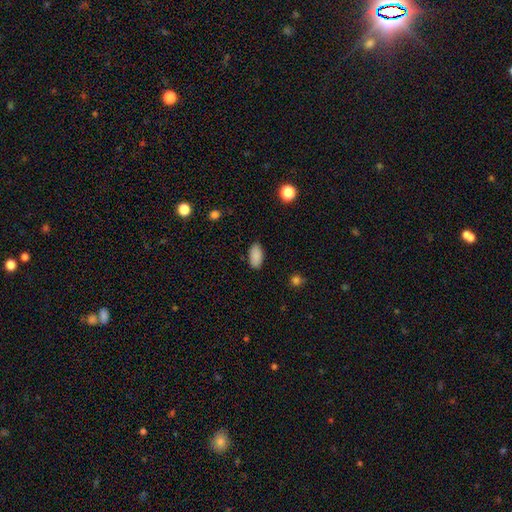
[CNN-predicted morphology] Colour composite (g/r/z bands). It shows a smooth galaxy with no disk features (89%) that is in between round and cigar-shaped (93%). Merging: none (87%).